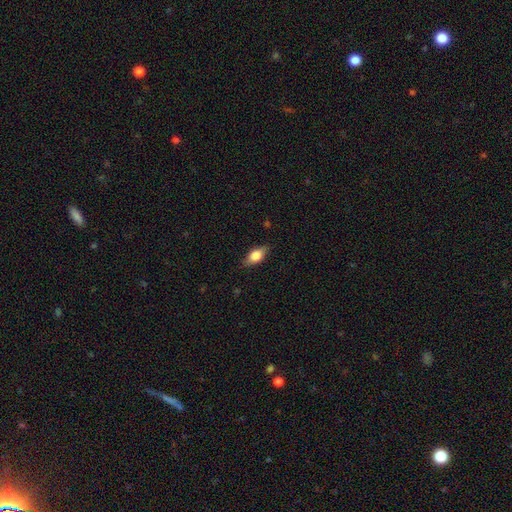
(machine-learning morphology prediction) Smooth or featured?
  - smooth: 70% *
  - featured or disk: 23%
  - star or artifact: 7%
How rounded?
  - in between: 82% *
  - cigar-shaped: 11%
  - round: 7%
Merging?
  - none: 83% *
  - minor disturbance: 14%
  - major disturbance: 3%
  - merger: 1%